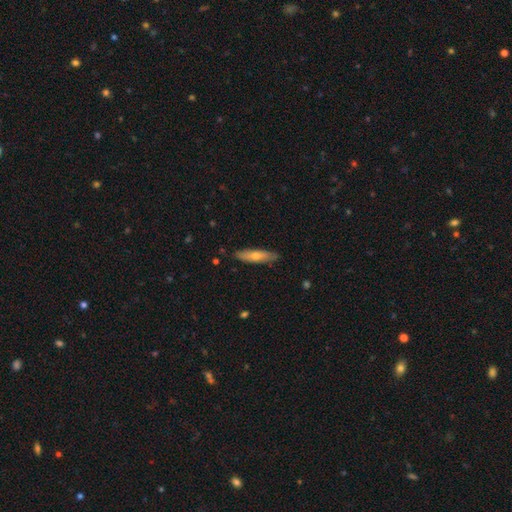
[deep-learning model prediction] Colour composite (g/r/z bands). It shows a smooth galaxy with no disk features (49%). Merging: none (87%).